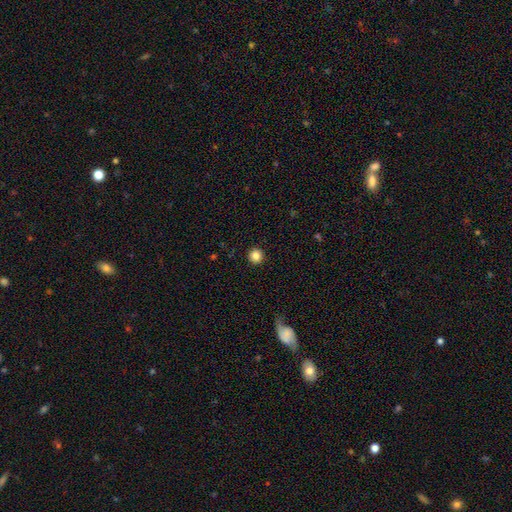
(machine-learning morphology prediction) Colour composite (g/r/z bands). It shows a smooth galaxy with no disk features (85%) that is round (95%). Merging: none (93%).